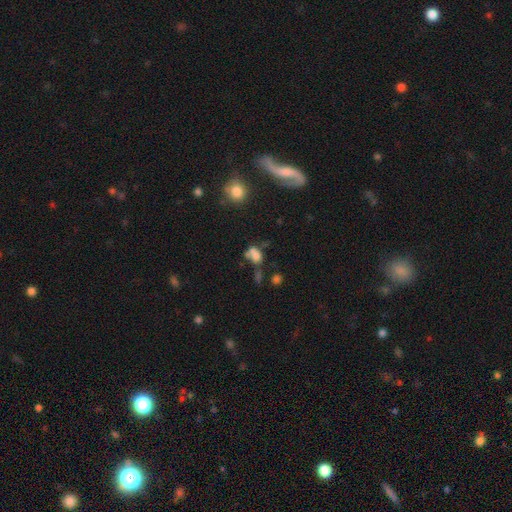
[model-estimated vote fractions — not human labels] This is likely a smooth galaxy (62%). How rounded: likely in between (69%). Merging: marginally merger (42%).